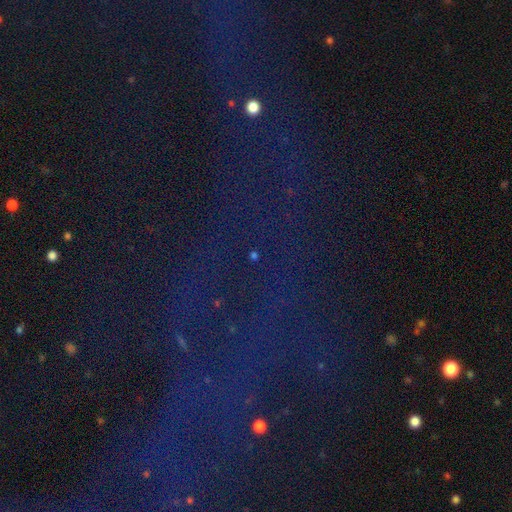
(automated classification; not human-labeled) Smooth or featured: star or artifact — 79% (smooth — 11%)